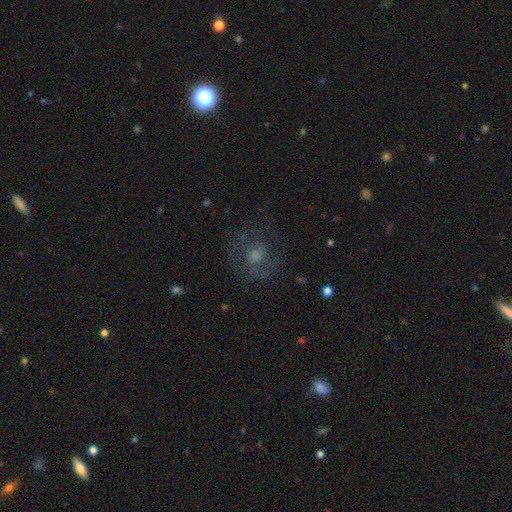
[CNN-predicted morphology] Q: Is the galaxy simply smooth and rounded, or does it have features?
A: featured or disk — 62%.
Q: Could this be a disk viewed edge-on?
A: no — 97%.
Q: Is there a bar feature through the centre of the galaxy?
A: no — 65%.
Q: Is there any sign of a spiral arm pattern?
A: yes — 82%.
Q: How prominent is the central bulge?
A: moderate — 48%.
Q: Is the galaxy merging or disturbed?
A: none — 72%.